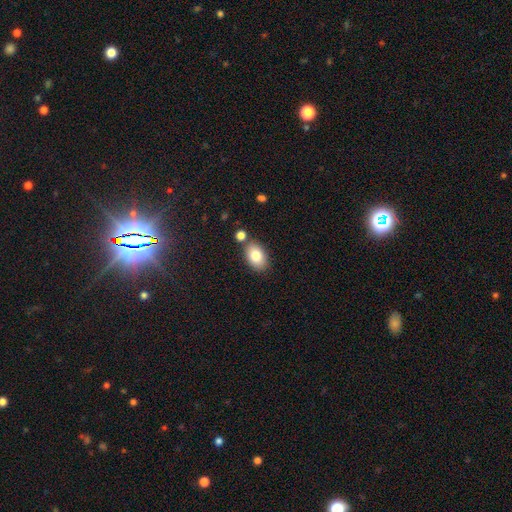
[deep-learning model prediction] smooth_or_featured: smooth (p=0.82) [alt: featured or disk p=0.11]
how_rounded: in between (p=0.89) [alt: round p=0.10]
merging: none (p=0.76) [alt: minor disturbance p=0.12]